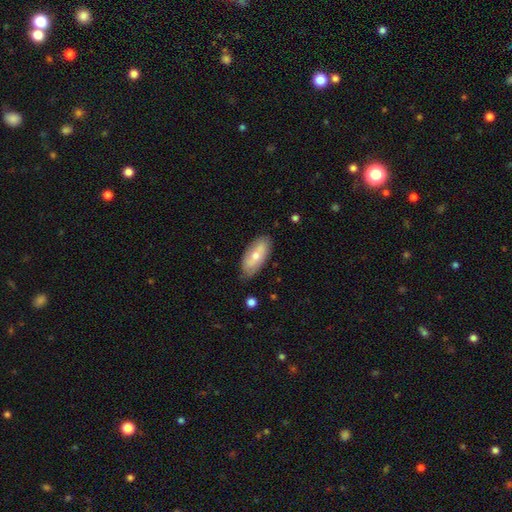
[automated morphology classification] smooth-or-featured: smooth: 54% | featured or disk: 40% | star or artifact: 6%
  how-rounded: in between: 86% | cigar-shaped: 11% | round: 3%
  merging: none: 78% | minor disturbance: 17% | major disturbance: 3% | merger: 2%